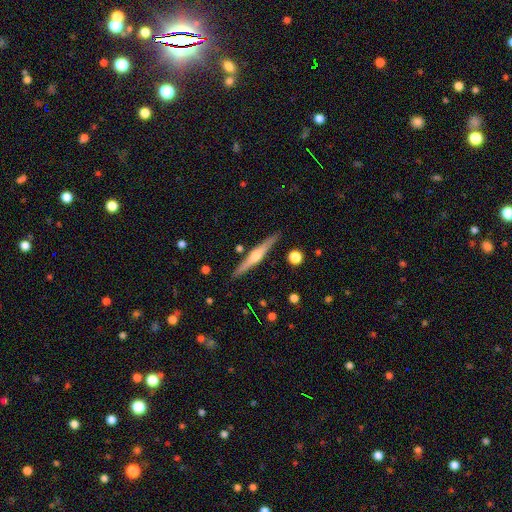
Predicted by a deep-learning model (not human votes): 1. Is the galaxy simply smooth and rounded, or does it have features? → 73% featured or disk, 21% smooth, 6% star or artifact.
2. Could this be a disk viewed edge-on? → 98% yes, 2% no.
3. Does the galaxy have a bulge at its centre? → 85% rounded, 8% boxy, 7% none.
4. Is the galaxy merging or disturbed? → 89% none, 7% minor disturbance, 2% merger, 1% major disturbance.